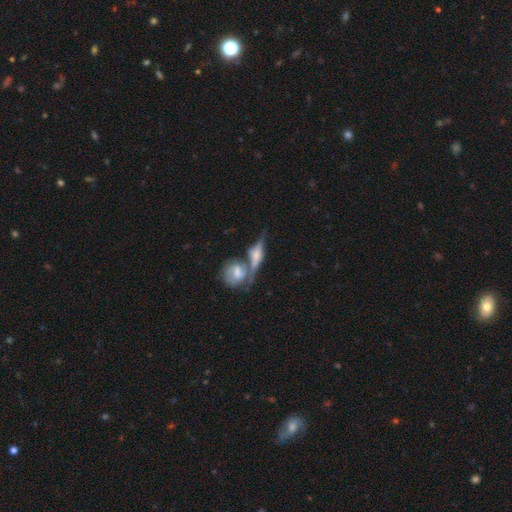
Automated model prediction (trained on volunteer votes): smooth-or-featured: featured or disk: 66% | smooth: 25% | star or artifact: 8%
  disk-edge-on: yes: 77% | no: 23%
    edge-on-bulge: rounded: 83% | boxy: 11% | none: 6%
  merging: none: 44% | merger: 40% | minor disturbance: 11% | major disturbance: 5%